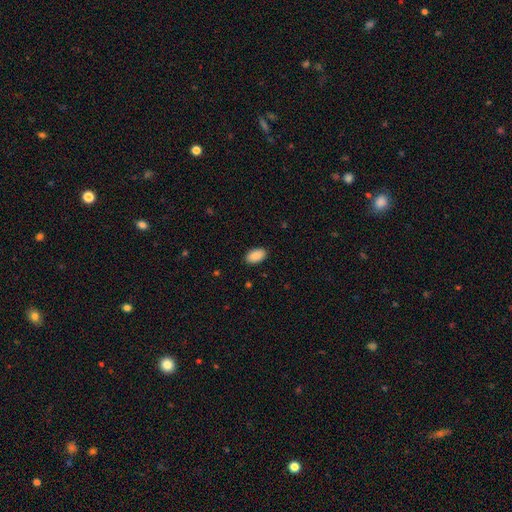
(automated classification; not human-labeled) A smooth galaxy with no disk features (91%) that is in between round and cigar-shaped (94%). Merging: none (89%).